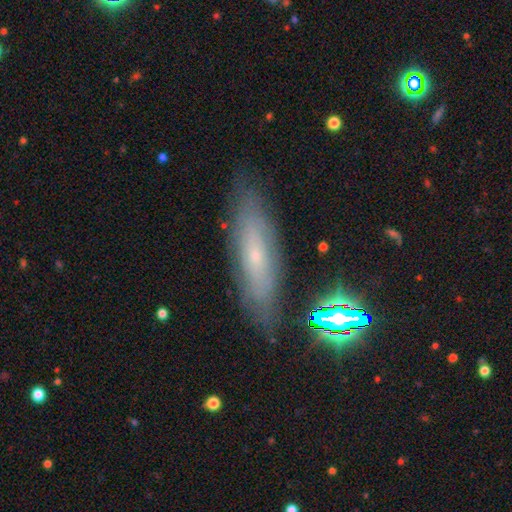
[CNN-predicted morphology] Smooth or featured?
  - featured or disk: 49% *
  - smooth: 37%
  - star or artifact: 14%
Merging?
  - none: 83% *
  - minor disturbance: 12%
  - major disturbance: 3%
  - merger: 2%